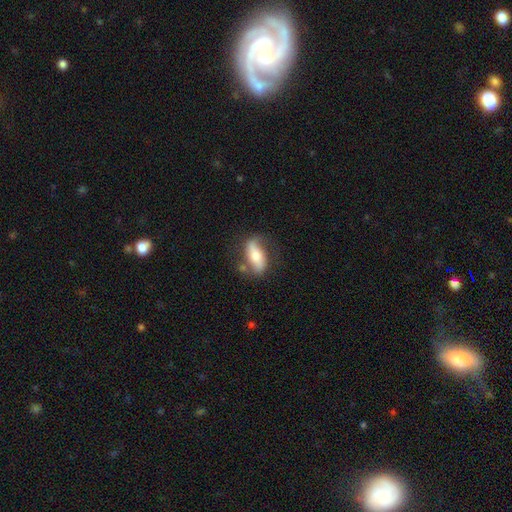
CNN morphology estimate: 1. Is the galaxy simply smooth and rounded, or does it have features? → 48% smooth, 46% featured or disk, 6% star or artifact.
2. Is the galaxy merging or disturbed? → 65% none, 21% minor disturbance, 9% major disturbance, 5% merger.